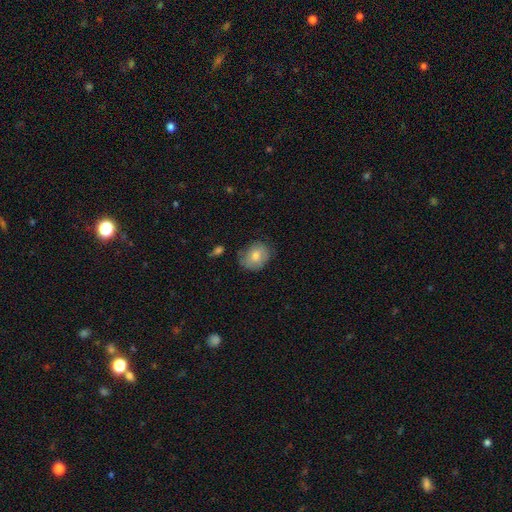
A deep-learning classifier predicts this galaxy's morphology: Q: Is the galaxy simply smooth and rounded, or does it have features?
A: smooth — 71%.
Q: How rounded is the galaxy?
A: round — 57%.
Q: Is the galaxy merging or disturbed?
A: none — 70%.